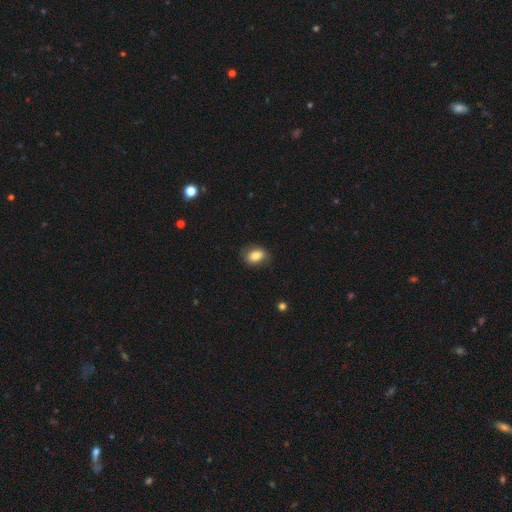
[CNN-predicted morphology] type=smooth (81%); roundness=in between (77%); merging=none (78%).